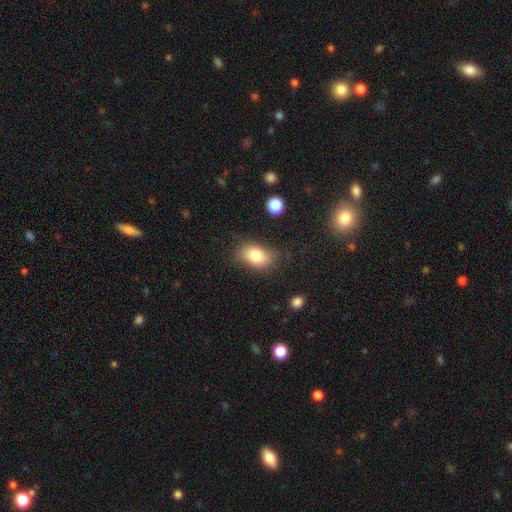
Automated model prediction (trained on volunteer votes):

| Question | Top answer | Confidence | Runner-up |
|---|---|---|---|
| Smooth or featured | smooth | 80% | featured or disk (12%) |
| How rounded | in between | 85% | round (14%) |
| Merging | none | 75% | minor disturbance (18%) |